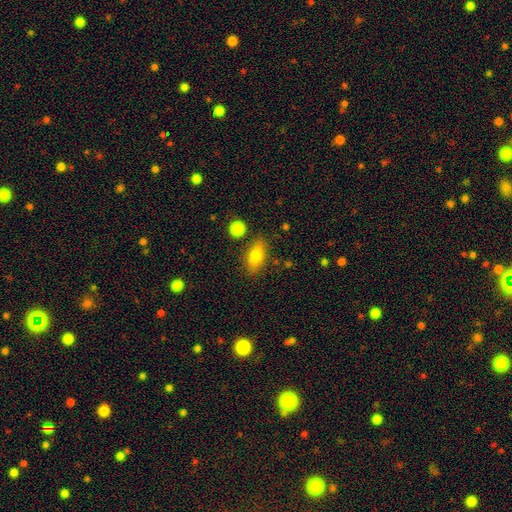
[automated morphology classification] This appears to be a smooth galaxy with no disk features (79%) that is in between round and cigar-shaped (83%). Merging: none (80%).